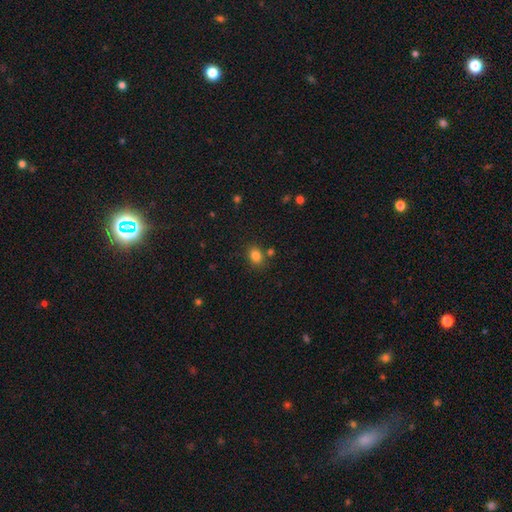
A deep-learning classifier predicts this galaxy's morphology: Q: Smooth or featured?
A: smooth (83%); runner-up: star or artifact (12%)
Q: How rounded?
A: in between (56%); runner-up: round (43%)
Q: Merging?
A: none (77%); runner-up: minor disturbance (12%)